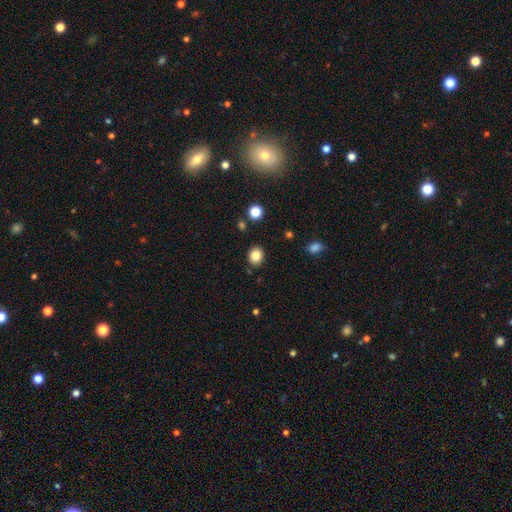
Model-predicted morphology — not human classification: smooth 84%, star or artifact 10%, featured or disk 6%. Down the decision tree: how rounded — round (69%); merging — none (88%).